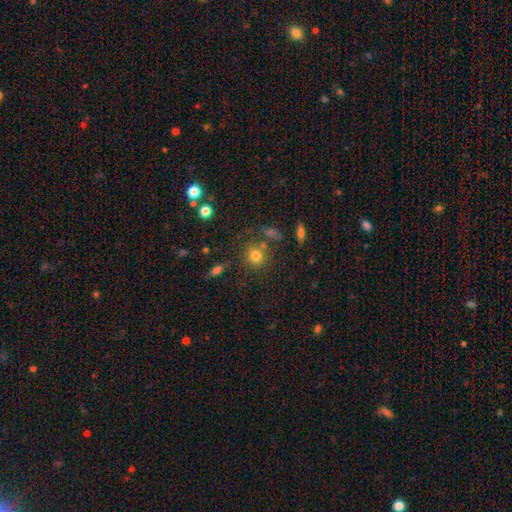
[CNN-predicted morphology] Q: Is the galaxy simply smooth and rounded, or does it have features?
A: smooth — 77%.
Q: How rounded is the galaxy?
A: round — 86%.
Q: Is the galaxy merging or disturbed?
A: none — 69%.